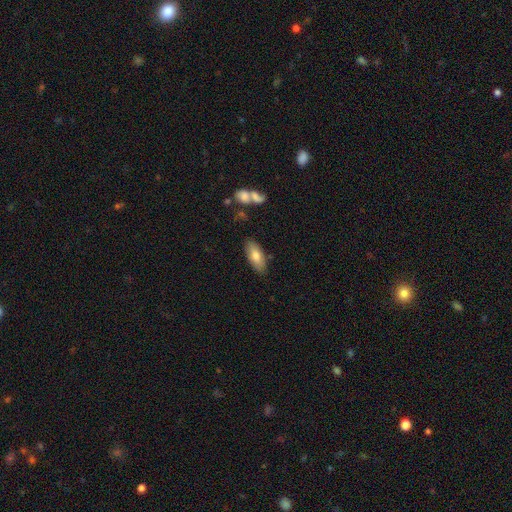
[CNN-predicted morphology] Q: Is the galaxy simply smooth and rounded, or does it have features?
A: smooth — 75%.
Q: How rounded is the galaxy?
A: in between — 79%.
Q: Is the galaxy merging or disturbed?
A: none — 83%.